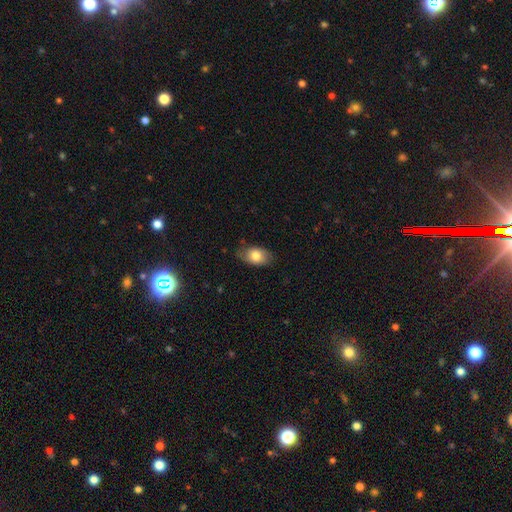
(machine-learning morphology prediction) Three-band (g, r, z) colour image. It shows a smooth galaxy with no disk features (78%) that is in between round and cigar-shaped (88%). Merging: none (74%).